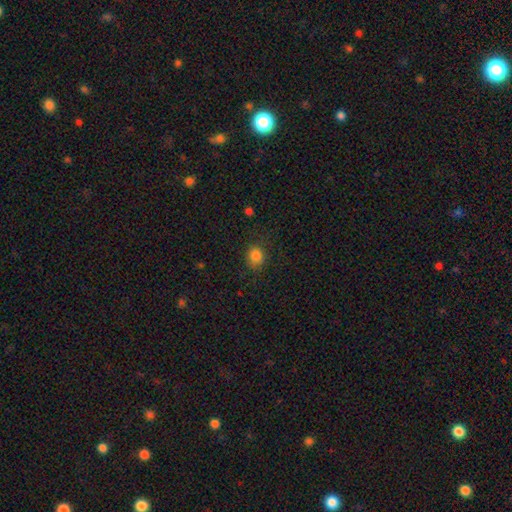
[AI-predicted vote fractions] Smooth or featured? Predicted: smooth (p=0.83). How rounded? Predicted: round (p=0.71). Merging? Predicted: none (p=0.79).